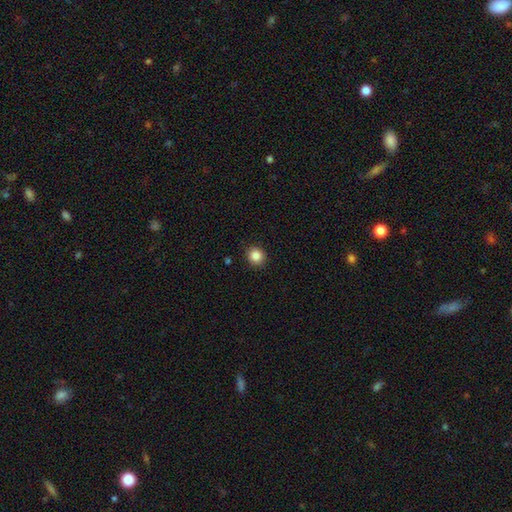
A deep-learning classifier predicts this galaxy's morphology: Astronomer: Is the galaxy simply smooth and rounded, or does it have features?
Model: smooth — 86%.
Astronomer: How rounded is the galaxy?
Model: round — 87%.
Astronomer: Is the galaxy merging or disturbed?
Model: none — 91%.